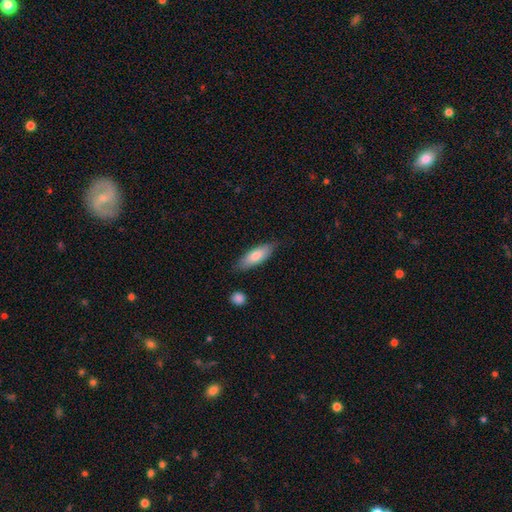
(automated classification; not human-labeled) This appears to be a smooth galaxy with no disk features (76%) that is in between round and cigar-shaped (61%). Merging: none (79%).